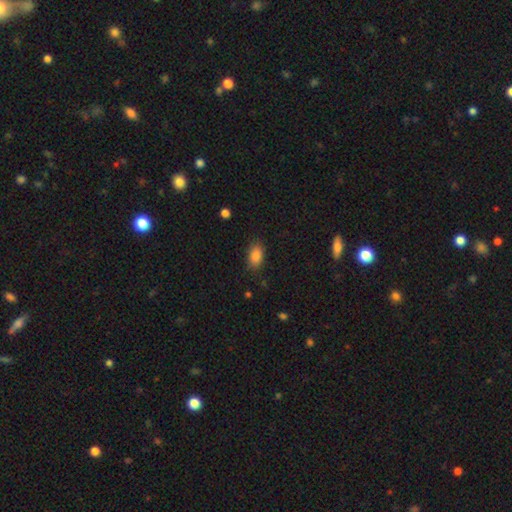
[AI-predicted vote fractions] Q: Smooth or featured?
A: smooth (85%); runner-up: star or artifact (9%)
Q: How rounded?
A: in between (88%); runner-up: round (9%)
Q: Merging?
A: none (83%); runner-up: minor disturbance (13%)